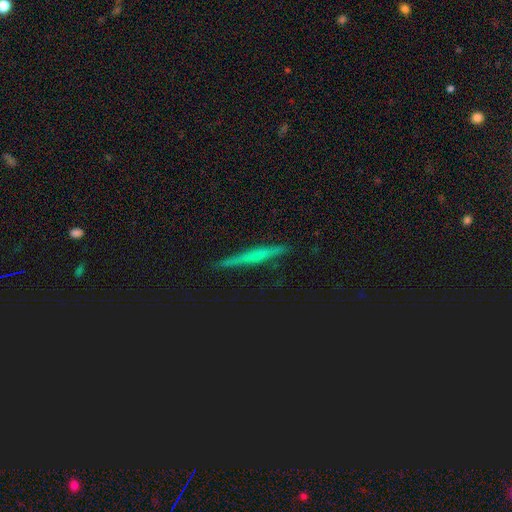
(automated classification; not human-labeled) Q: Smooth or featured?
A: featured or disk (42%); runner-up: smooth (40%)
Q: Merging?
A: none (88%); runner-up: minor disturbance (9%)